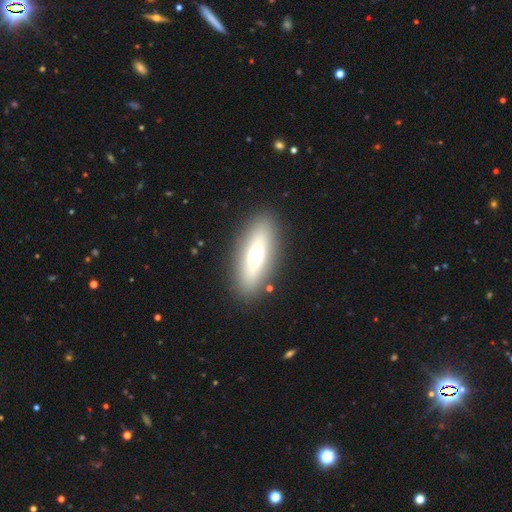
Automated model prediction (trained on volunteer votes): This appears to be a smooth galaxy with no disk features (56%) that is in between round and cigar-shaped (69%). Merging: none (87%).